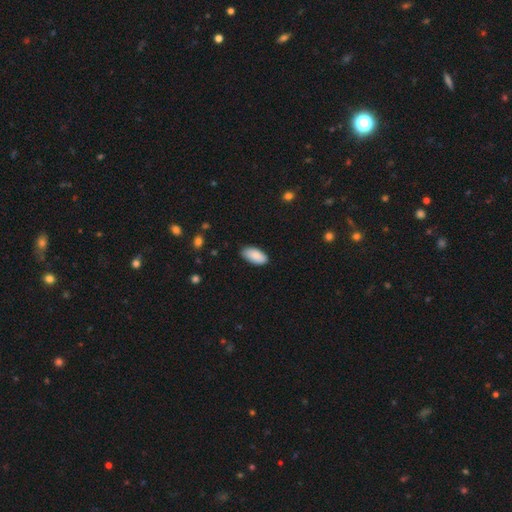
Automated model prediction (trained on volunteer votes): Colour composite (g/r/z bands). It shows a smooth galaxy with no disk features (89%) that is in between round and cigar-shaped (94%). Merging: none (86%).